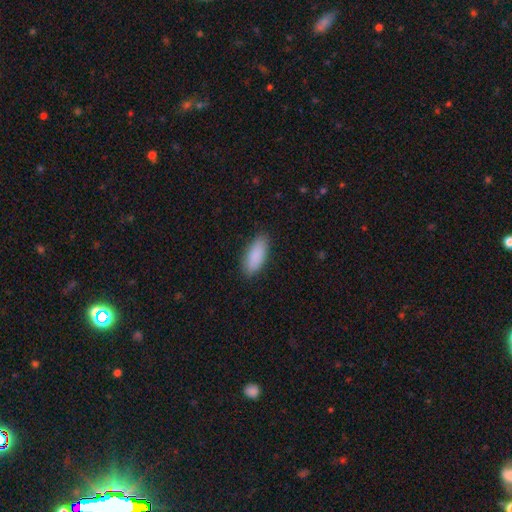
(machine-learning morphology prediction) Smooth or featured? Predicted: smooth (p=0.90). How rounded? Predicted: in between (p=0.82). Merging? Predicted: none (p=0.87).